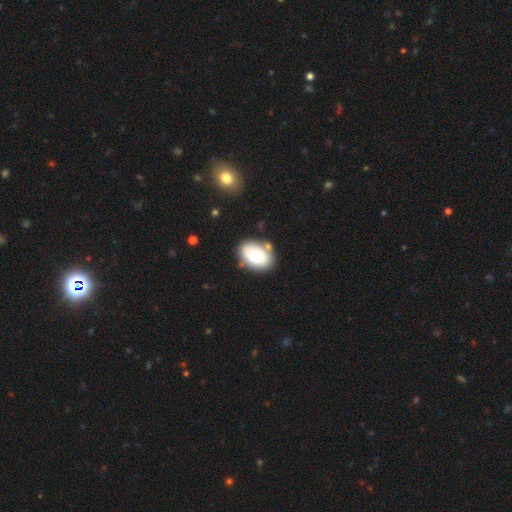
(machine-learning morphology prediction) A smooth galaxy with no disk features (77%) that is in between round and cigar-shaped (83%).

Vote fractions:
- Smooth or featured? smooth: 77% / featured or disk: 16% / star or artifact: 7%
- How rounded? in between: 83% / round: 16% / cigar-shaped: 1%
- Merging? none: 68% / minor disturbance: 18% / merger: 9% / major disturbance: 5%